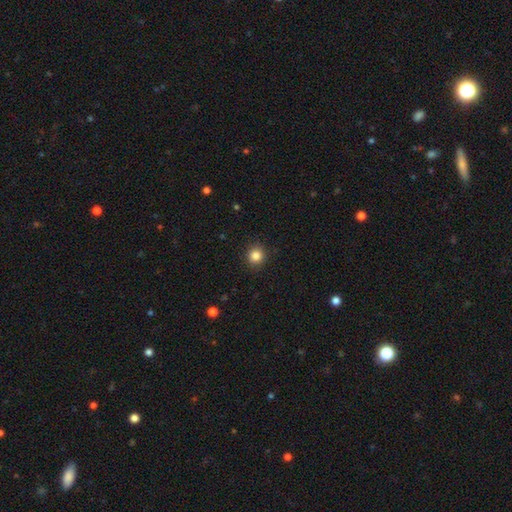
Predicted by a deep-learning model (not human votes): smooth-or-featured: smooth: 85% | star or artifact: 11% | featured or disk: 4%
  how-rounded: round: 89% | in between: 10% | cigar-shaped: 1%
  merging: none: 90% | minor disturbance: 7% | major disturbance: 2% | merger: 1%